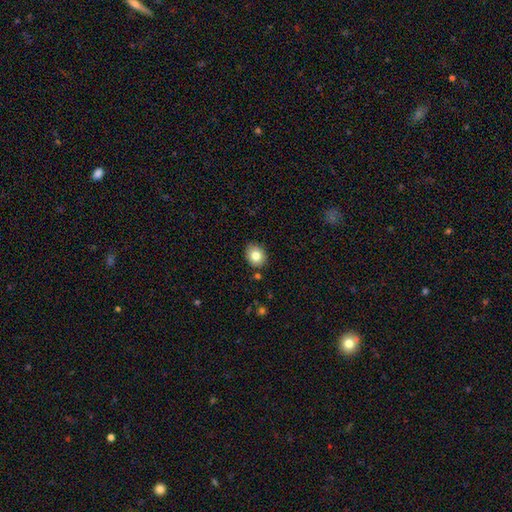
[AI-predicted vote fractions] This appears to be a smooth galaxy with no disk features (80%) that is round (57%). Merging: none (83%).